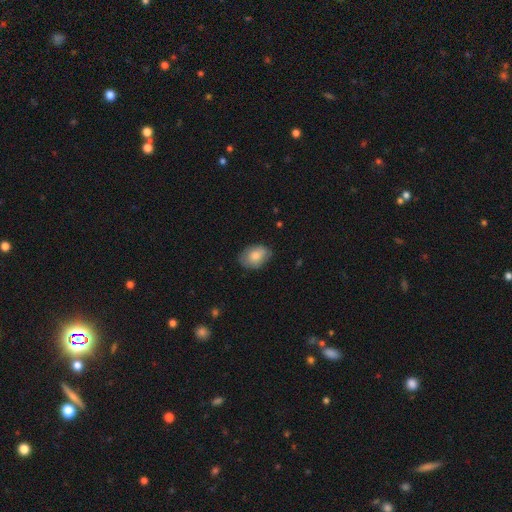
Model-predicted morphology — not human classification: Smooth or featured?
  - smooth: 79% *
  - featured or disk: 14%
  - star or artifact: 7%
How rounded?
  - in between: 79% *
  - round: 20%
  - cigar-shaped: 1%
Merging?
  - none: 74% *
  - minor disturbance: 21%
  - major disturbance: 4%
  - merger: 1%